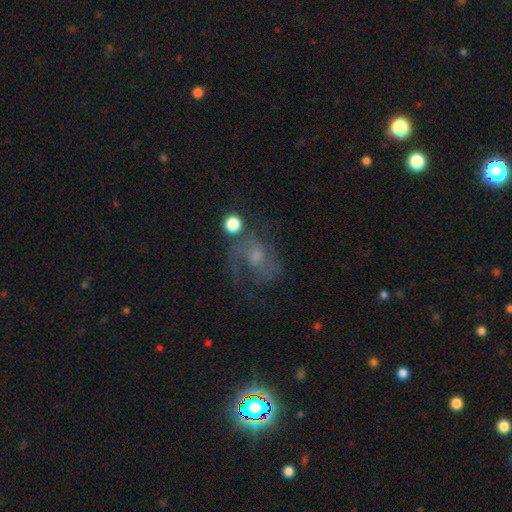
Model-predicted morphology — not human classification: A featured or disk galaxy (68%) with no bar (58%), 2 (63%) medium (48%) spiral arms (87%) and a small central bulge (48%). Merging: none (52%).